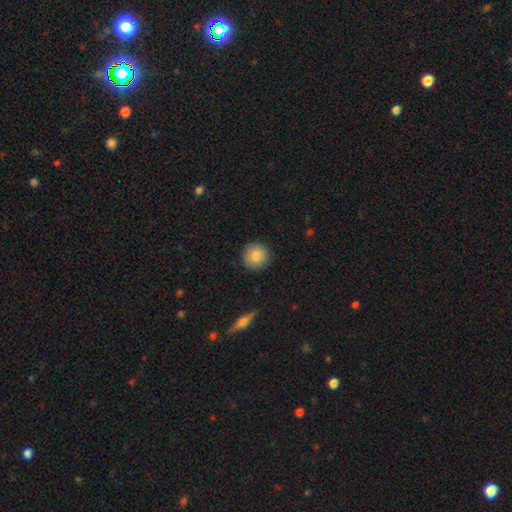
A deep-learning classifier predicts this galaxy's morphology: This is clearly a smooth galaxy (84%). How rounded: clearly round (94%). Merging: clearly none (90%).